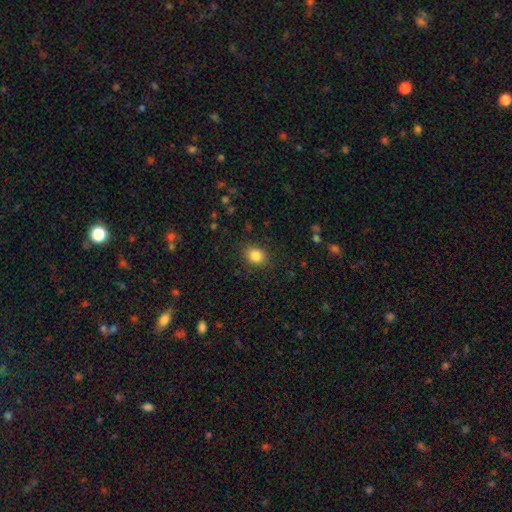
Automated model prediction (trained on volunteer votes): Smooth or featured?
  - smooth: 85% *
  - star or artifact: 10%
  - featured or disk: 5%
How rounded?
  - round: 56% *
  - in between: 43%
  - cigar-shaped: 1%
Merging?
  - none: 86% *
  - minor disturbance: 10%
  - major disturbance: 3%
  - merger: 1%